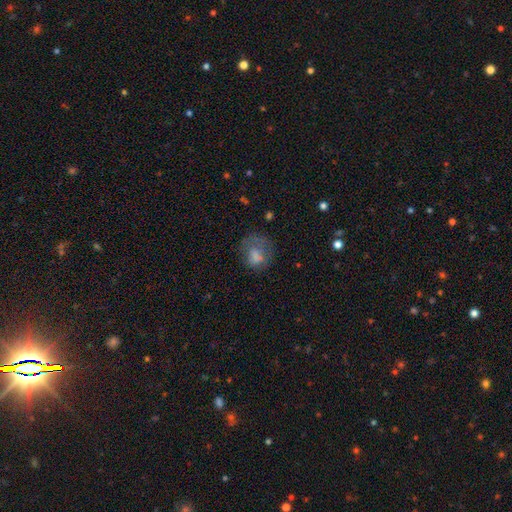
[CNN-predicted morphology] Overall: smooth (59%; featured or disk 25%). How rounded: round (60%; in between 39%). Merging: none (48%; major disturbance 27%).